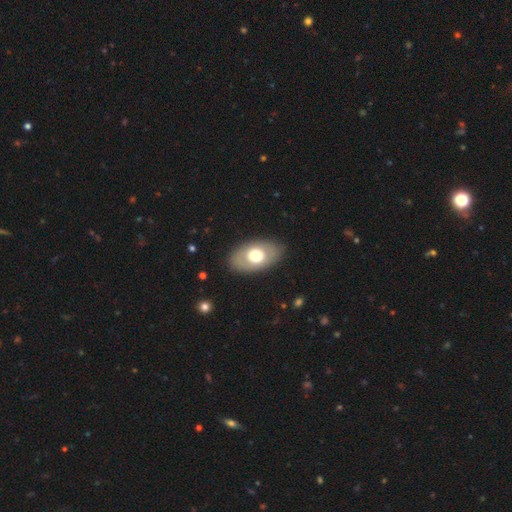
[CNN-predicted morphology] smooth_or_featured: smooth (p=0.59) [alt: featured or disk p=0.35]
how_rounded: in between (p=0.89) [alt: round p=0.09]
merging: none (p=0.85) [alt: minor disturbance p=0.10]